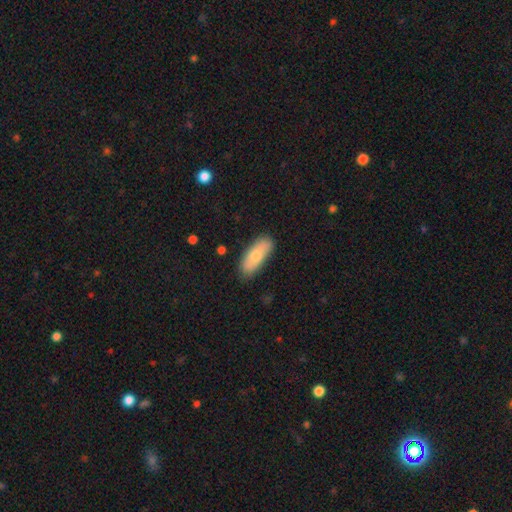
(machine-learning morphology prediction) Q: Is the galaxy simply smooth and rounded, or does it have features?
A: smooth — 77%.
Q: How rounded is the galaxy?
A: in between — 75%.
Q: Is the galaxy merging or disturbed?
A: none — 78%.